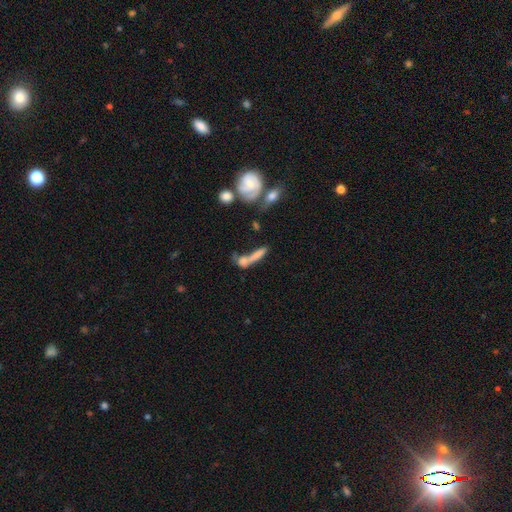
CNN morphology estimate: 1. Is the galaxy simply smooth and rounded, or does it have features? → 60% smooth, 30% featured or disk, 11% star or artifact.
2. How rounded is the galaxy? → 68% cigar-shaped, 27% in between, 5% round.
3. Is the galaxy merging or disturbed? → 44% merger, 28% none, 14% major disturbance, 13% minor disturbance.